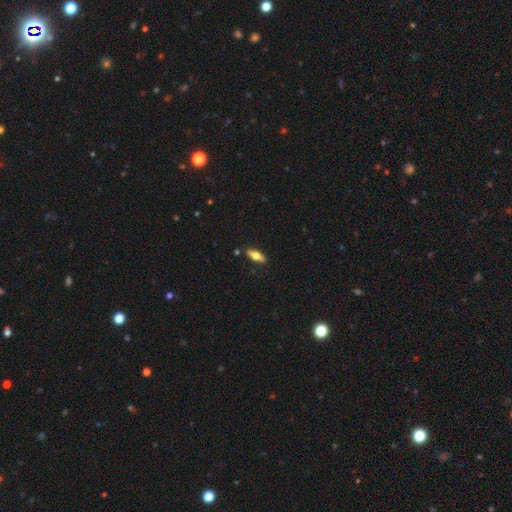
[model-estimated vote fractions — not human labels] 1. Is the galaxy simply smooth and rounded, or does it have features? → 58% smooth, 36% featured or disk, 6% star or artifact.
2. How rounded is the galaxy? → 64% in between, 33% cigar-shaped, 3% round.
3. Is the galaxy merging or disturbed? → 87% none, 9% minor disturbance, 2% major disturbance, 2% merger.